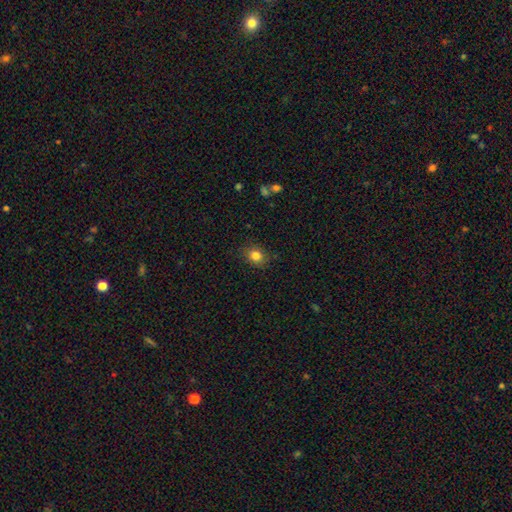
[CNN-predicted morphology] Smooth or featured: smooth — 83% (star or artifact — 12%)
How rounded: round — 68% (in between — 31%)
Merging: none — 84% (minor disturbance — 11%)